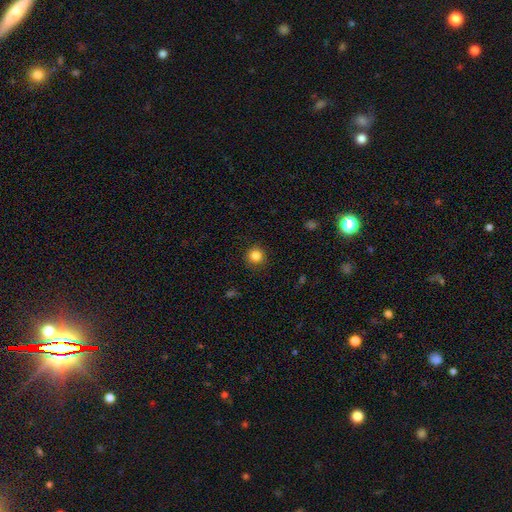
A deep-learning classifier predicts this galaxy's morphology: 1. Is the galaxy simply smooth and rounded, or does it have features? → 85% smooth, 11% star or artifact, 4% featured or disk.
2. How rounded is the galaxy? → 93% round, 6% in between, 1% cigar-shaped.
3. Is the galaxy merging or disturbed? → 89% none, 8% minor disturbance, 3% major disturbance, 1% merger.